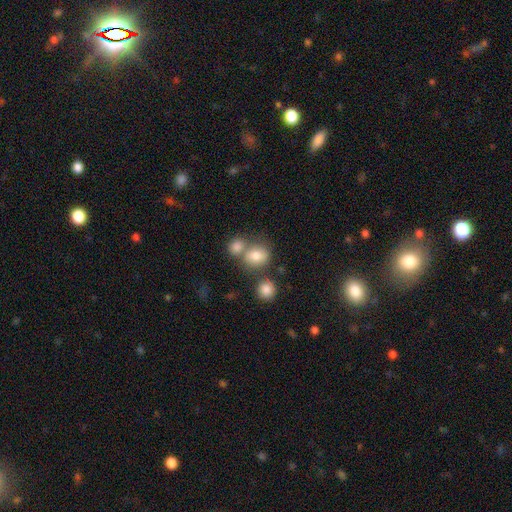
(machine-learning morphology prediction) A smooth galaxy with no disk features (78%) that is round (62%). Merging: none (45%).